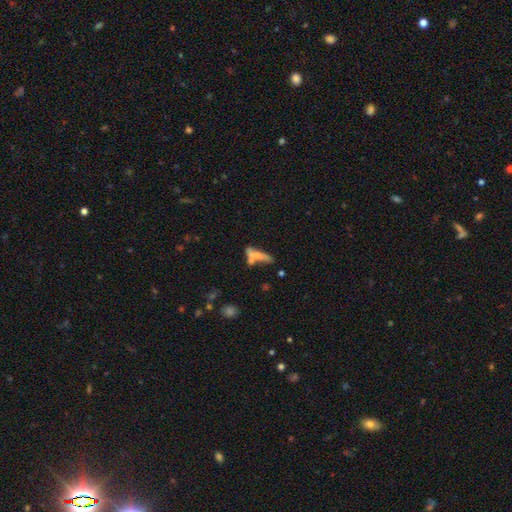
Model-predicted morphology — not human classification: type=smooth (59%); roundness=cigar-shaped (73%); merging=none (44%).